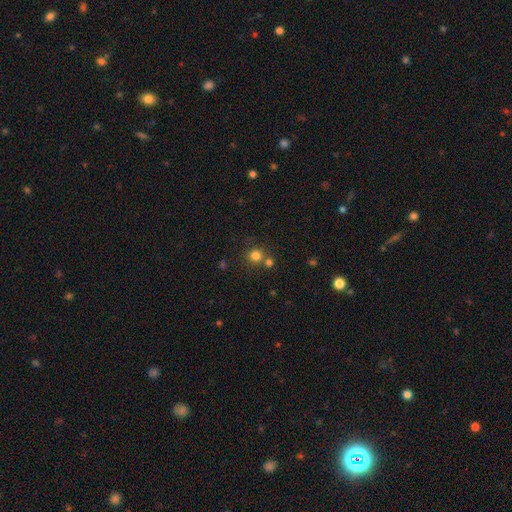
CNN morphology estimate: smooth_or_featured: smooth (p=0.79) [alt: star or artifact p=0.15]
how_rounded: round (p=0.90) [alt: in between p=0.09]
merging: none (p=0.65) [alt: merger p=0.24]